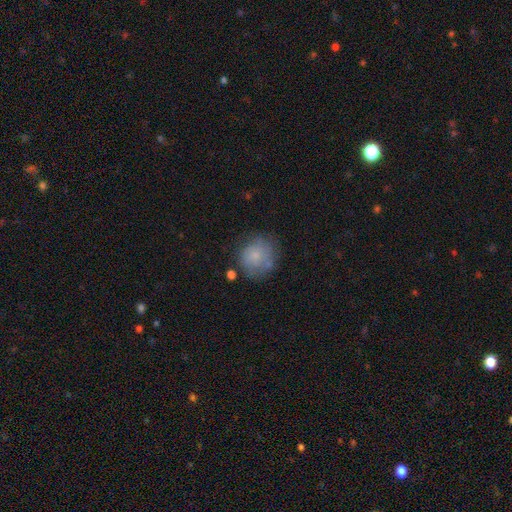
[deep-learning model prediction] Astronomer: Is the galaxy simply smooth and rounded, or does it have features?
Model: smooth — 72%.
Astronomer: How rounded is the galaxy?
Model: round — 83%.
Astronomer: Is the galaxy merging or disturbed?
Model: none — 62%.